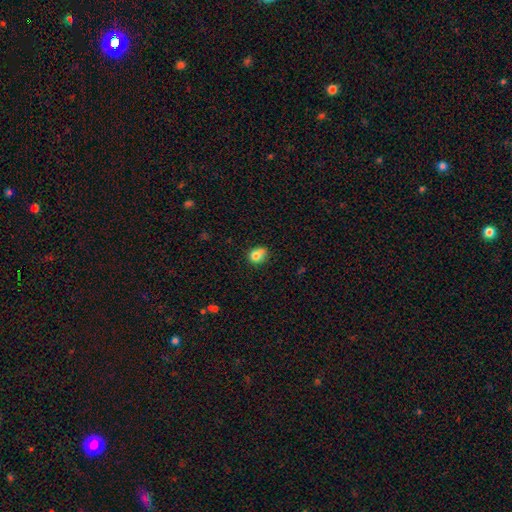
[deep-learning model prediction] A smooth galaxy with no disk features (79%) that is round (58%).

Vote fractions:
- Smooth or featured? smooth: 79% / star or artifact: 11% / featured or disk: 10%
- How rounded? round: 58% / in between: 40% / cigar-shaped: 1%
- Merging? none: 48% / minor disturbance: 31% / merger: 11% / major disturbance: 10%